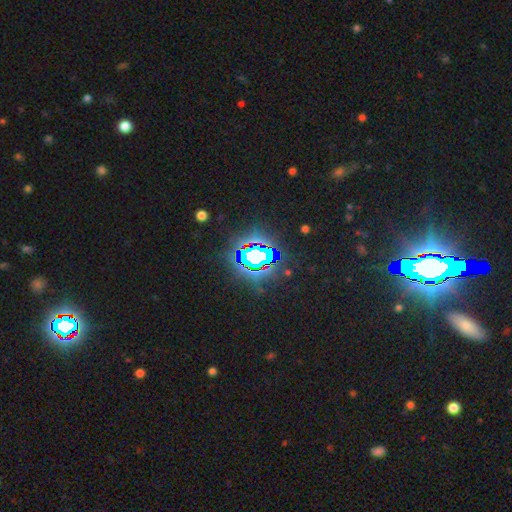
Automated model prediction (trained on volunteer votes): smooth_or_featured: star or artifact (p=0.75) [alt: smooth p=0.13]